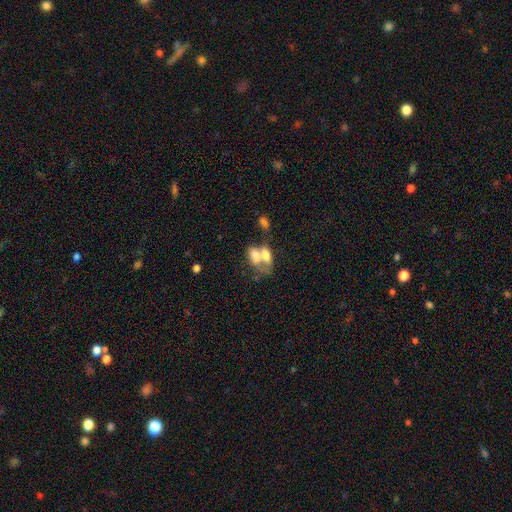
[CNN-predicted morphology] Smooth or featured? Predicted: smooth (p=0.66). How rounded? Predicted: in between (p=0.86). Merging? Predicted: merger (p=0.68).